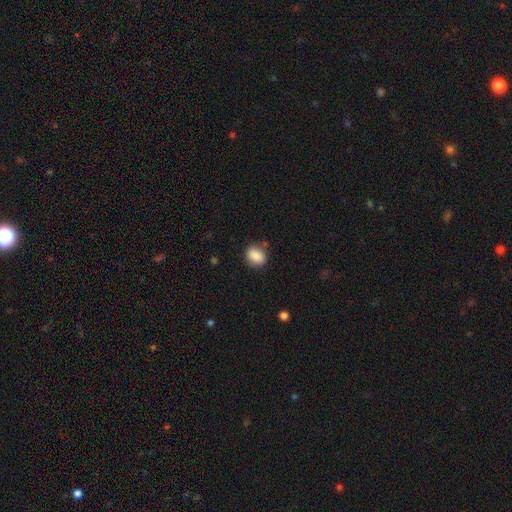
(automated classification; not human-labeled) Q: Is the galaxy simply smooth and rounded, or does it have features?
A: smooth — 86%.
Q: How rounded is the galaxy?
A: in between — 52%.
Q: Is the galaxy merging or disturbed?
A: none — 80%.